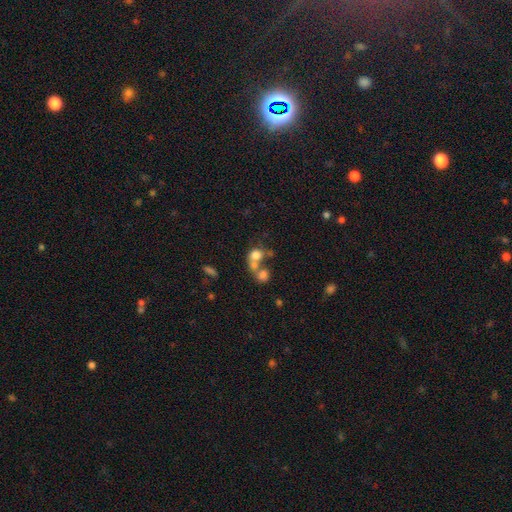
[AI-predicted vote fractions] Smooth or featured? Predicted: smooth (p=0.67). How rounded? Predicted: round (p=0.61). Merging? Predicted: merger (p=0.58).